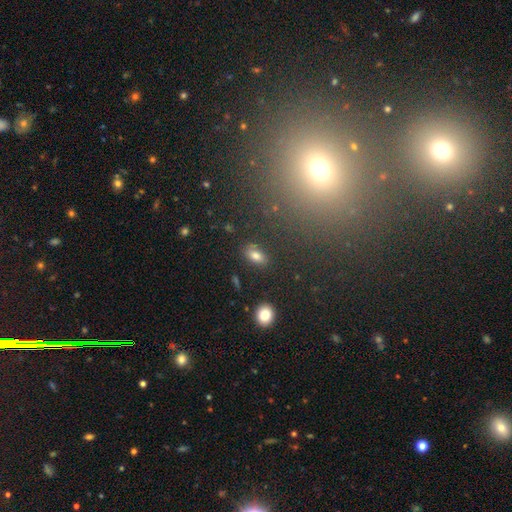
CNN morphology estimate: Overall: smooth (78%). How rounded: in between (88%). Merging: none (81%).